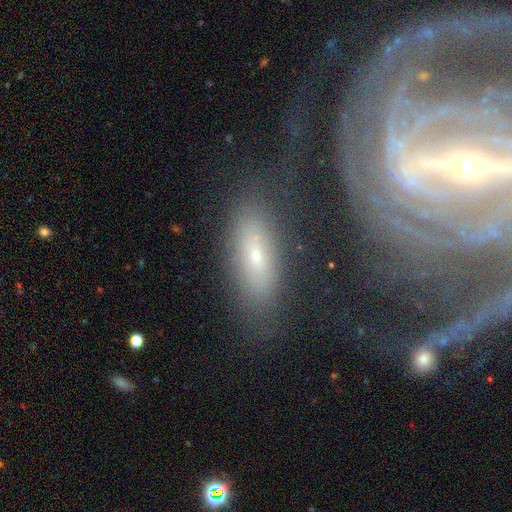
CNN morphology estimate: The model was most divided on "smooth or featured": smooth: 48%, featured or disk: 40%, star or artifact: 12%. More confident: merging — none (69%).